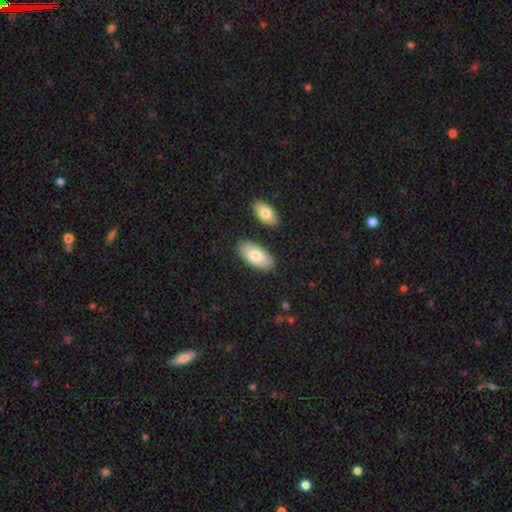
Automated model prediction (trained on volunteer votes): Smooth or featured: smooth — 78% (featured or disk — 17%)
How rounded: in between — 94% (cigar-shaped — 4%)
Merging: none — 82% (minor disturbance — 10%)